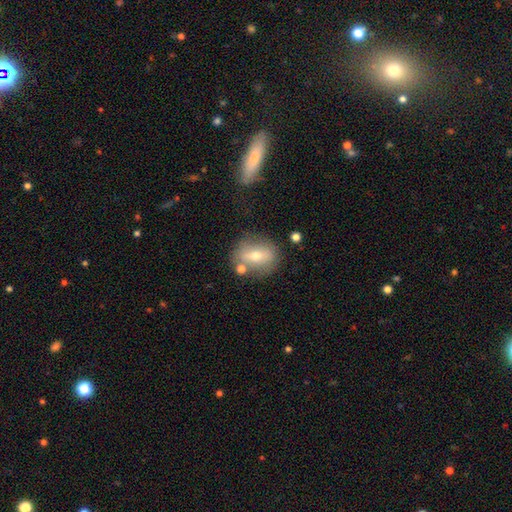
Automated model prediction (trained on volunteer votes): Smooth or featured? smooth (49%)
Merging? none (72%)